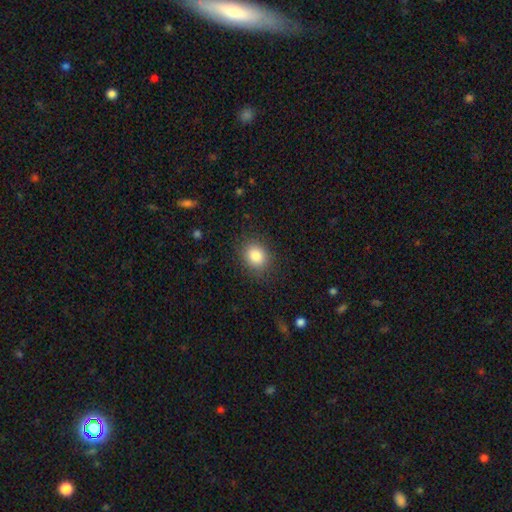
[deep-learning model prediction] smooth_or_featured: smooth (p=0.85) [alt: star or artifact p=0.09]
how_rounded: round (p=0.51) [alt: in between p=0.48]
merging: none (p=0.85) [alt: minor disturbance p=0.10]